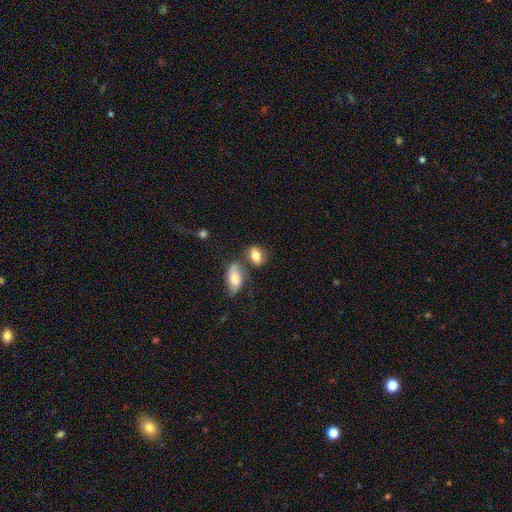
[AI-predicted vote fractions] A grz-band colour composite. It shows a smooth galaxy with no disk features (79%) that is in between round and cigar-shaped (85%). Merging: none (53%).